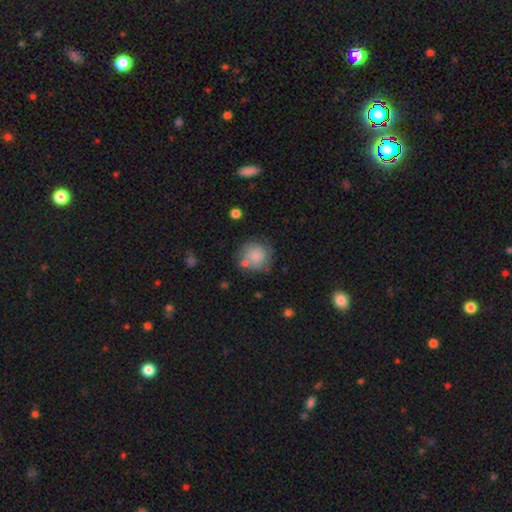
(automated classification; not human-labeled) Smooth or featured: smooth — 73% (featured or disk — 19%)
How rounded: round — 86% (in between — 13%)
Merging: none — 60% (minor disturbance — 21%)